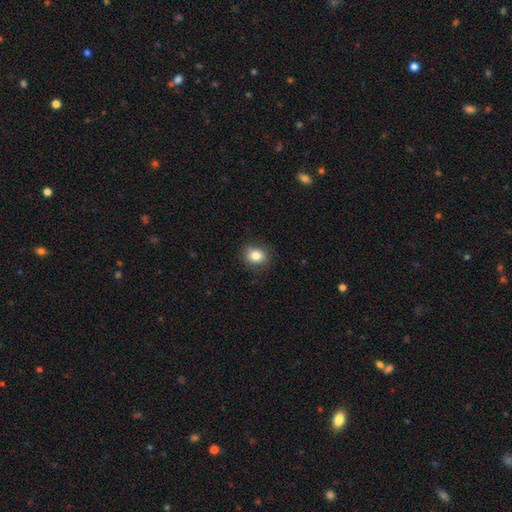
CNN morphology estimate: A smooth galaxy with no disk features (83%) that is round (64%). Merging: none (87%).